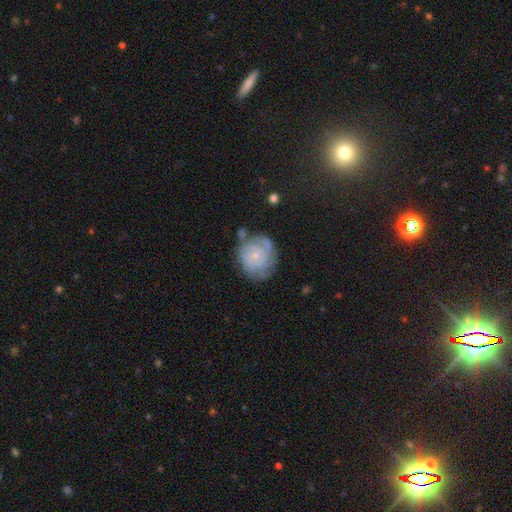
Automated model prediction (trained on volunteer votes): Smooth or featured: featured or disk — 65% (smooth — 27%)
Edge-on disk: no — 98% (yes — 2%)
Bar: no — 72% (weak — 25%)
Spiral arms: yes — 89% (no — 11%)
Spiral winding: tight — 67% (medium — 26%)
Spiral arm count: can't tell — 40% (2 — 24%)
Bulge size: small — 73% (moderate — 14%)
Merging: none — 61% (minor disturbance — 22%)